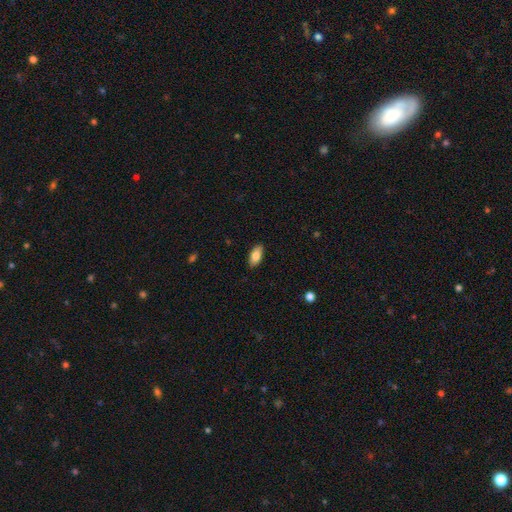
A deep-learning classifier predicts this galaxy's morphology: Smooth or featured: smooth — 81% (featured or disk — 12%)
How rounded: in between — 88% (cigar-shaped — 9%)
Merging: none — 87% (minor disturbance — 10%)